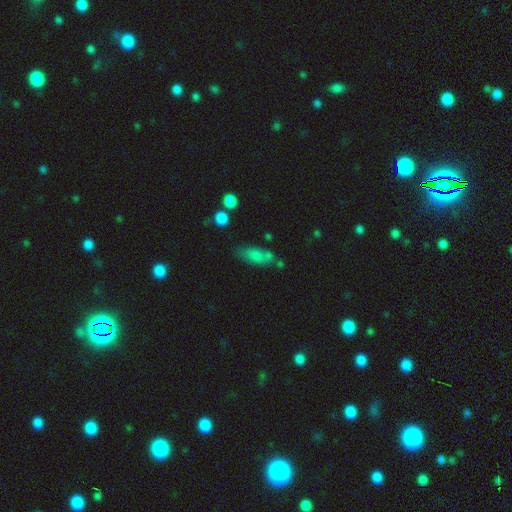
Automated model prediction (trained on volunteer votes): A smooth galaxy with no disk features (74%) that is in between round and cigar-shaped (78%).

Vote fractions:
- Smooth or featured? smooth: 74% / featured or disk: 17% / star or artifact: 9%
- How rounded? in between: 78% / cigar-shaped: 19% / round: 3%
- Merging? none: 55% / minor disturbance: 24% / merger: 12% / major disturbance: 9%